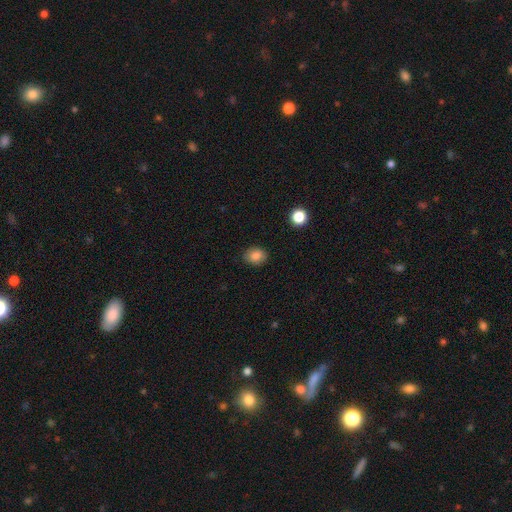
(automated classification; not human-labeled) smooth-or-featured: smooth: 84% | star or artifact: 10% | featured or disk: 6%
  how-rounded: round: 51% | in between: 48% | cigar-shaped: 1%
  merging: none: 86% | minor disturbance: 10% | major disturbance: 2% | merger: 1%